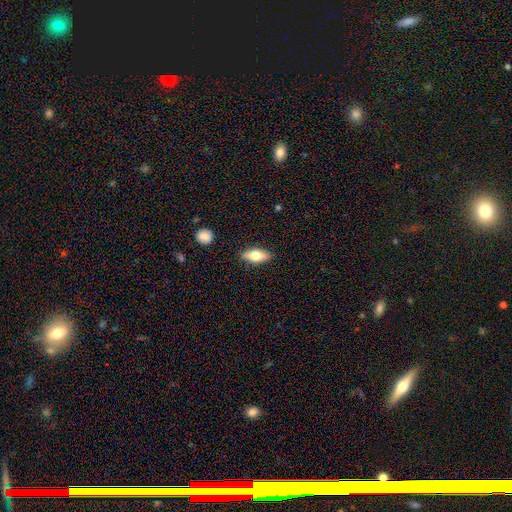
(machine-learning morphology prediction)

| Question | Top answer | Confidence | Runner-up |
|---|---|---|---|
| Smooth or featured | smooth | 69% | featured or disk (24%) |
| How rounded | in between | 79% | cigar-shaped (17%) |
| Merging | none | 86% | minor disturbance (10%) |